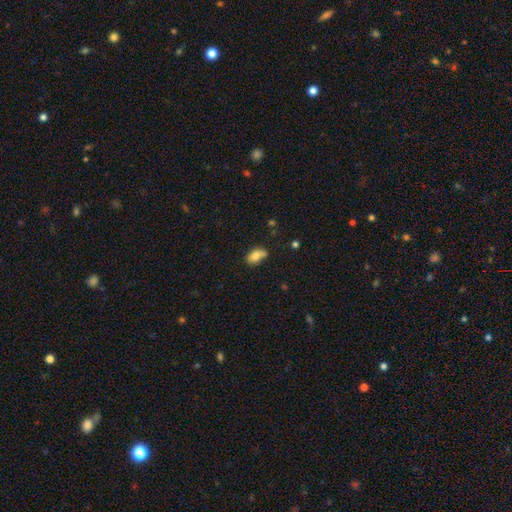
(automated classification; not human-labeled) A smooth galaxy with no disk features (76%) that is in between round and cigar-shaped (85%). Merging: none (52%).